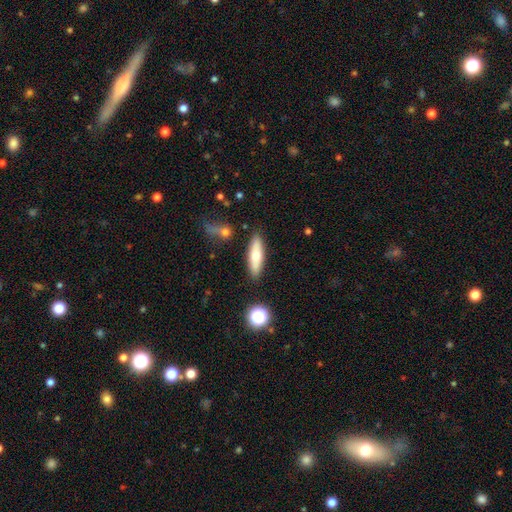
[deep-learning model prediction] A smooth galaxy with no disk features (65%) that is cigar-shaped (57%). Merging: none (84%).